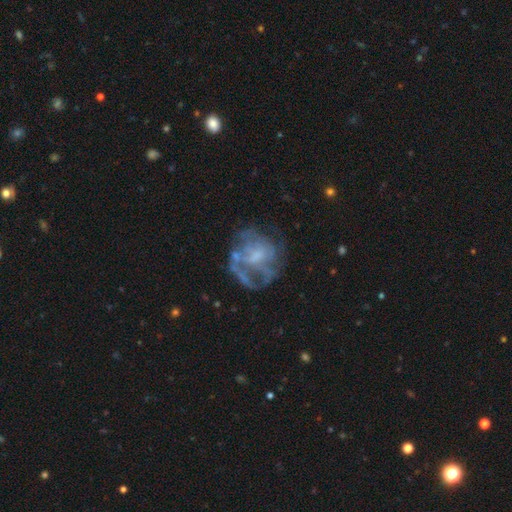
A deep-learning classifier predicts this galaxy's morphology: smooth_or_featured: featured or disk (p=0.67) [alt: smooth p=0.21]
disk_edge_on: no (p=0.98) [alt: yes p=0.02]
bar: no (p=0.71) [alt: weak p=0.23]
has_spiral_arms: no (p=0.60) [alt: yes p=0.40]
bulge_size: none (p=0.39) [alt: moderate p=0.29]
merging: none (p=0.47) [alt: major disturbance p=0.29]